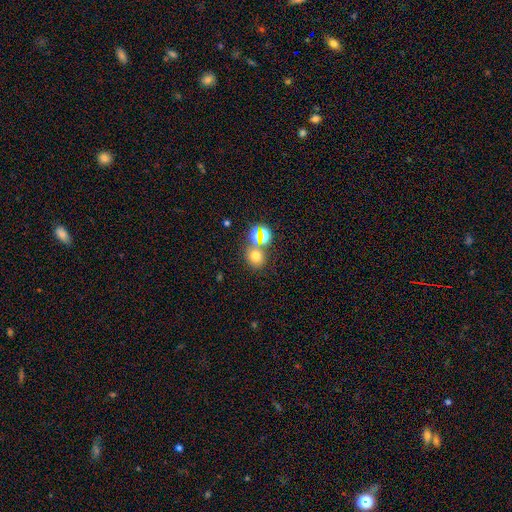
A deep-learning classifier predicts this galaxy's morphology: smooth 65%, star or artifact 25%, featured or disk 10%. Down the decision tree: how rounded — round (77%); merging — none (59%).